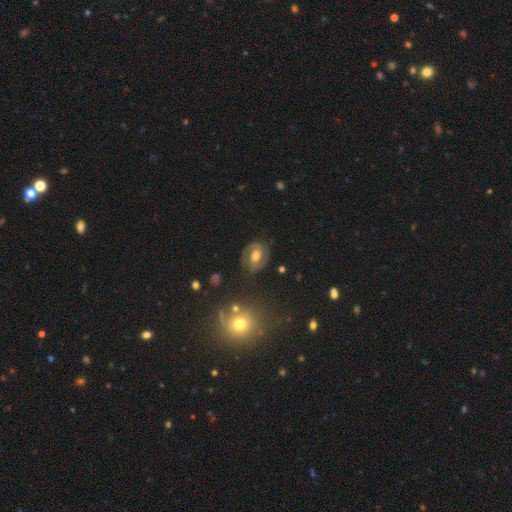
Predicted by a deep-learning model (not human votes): Overall: featured or disk (60%; smooth 30%). Edge-on disk: no (96%). Bar: weak (44%; no 37%). Spiral arms: yes (73%). Bulge size: moderate (66%). Merging: none (79%).